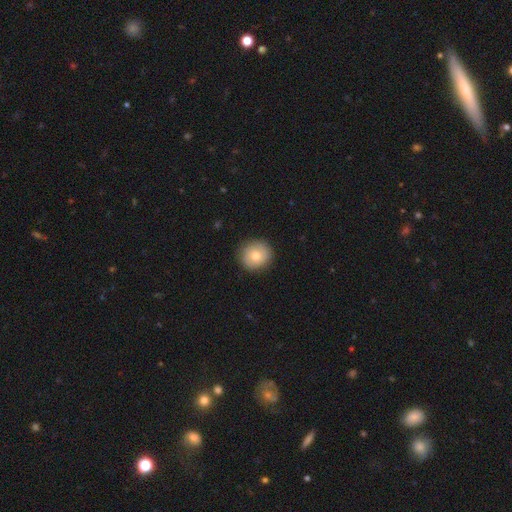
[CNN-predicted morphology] smooth_or_featured: smooth (p=0.73) [alt: featured or disk p=0.19]
how_rounded: round (p=0.88) [alt: in between p=0.11]
merging: none (p=0.89) [alt: minor disturbance p=0.08]